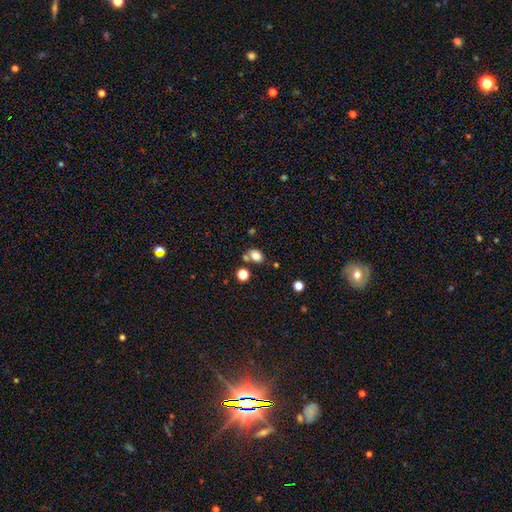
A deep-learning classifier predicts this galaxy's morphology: smooth_or_featured: smooth (p=0.80) [alt: star or artifact p=0.12]
how_rounded: in between (p=0.72) [alt: round p=0.26]
merging: none (p=0.65) [alt: merger p=0.19]